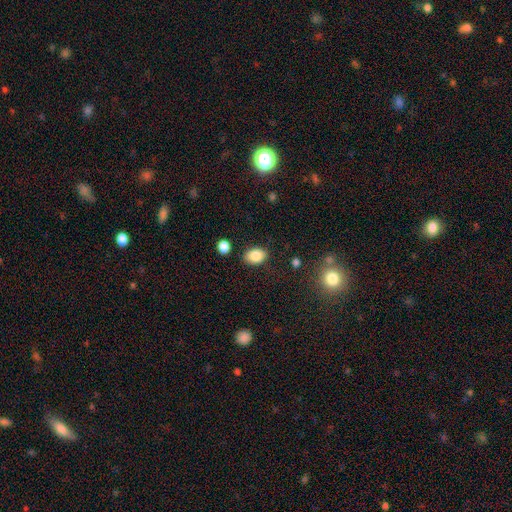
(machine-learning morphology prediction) Smooth or featured?
  - smooth: 86% *
  - star or artifact: 8%
  - featured or disk: 6%
How rounded?
  - in between: 79% *
  - round: 20%
  - cigar-shaped: 1%
Merging?
  - none: 83% *
  - minor disturbance: 11%
  - major disturbance: 3%
  - merger: 3%